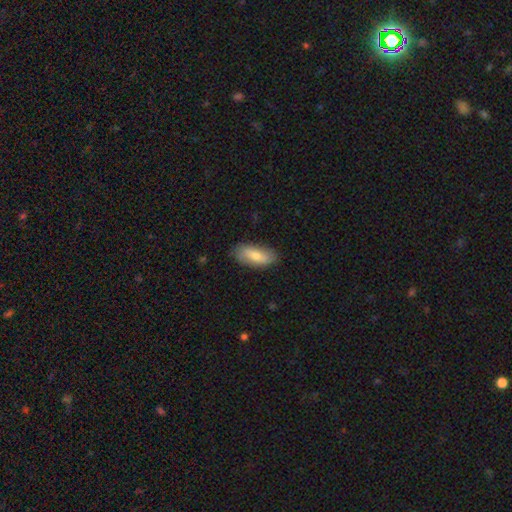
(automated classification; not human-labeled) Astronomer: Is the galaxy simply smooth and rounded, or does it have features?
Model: smooth — 72%.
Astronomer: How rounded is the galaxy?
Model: in between — 83%.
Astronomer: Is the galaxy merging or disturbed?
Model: none — 83%.